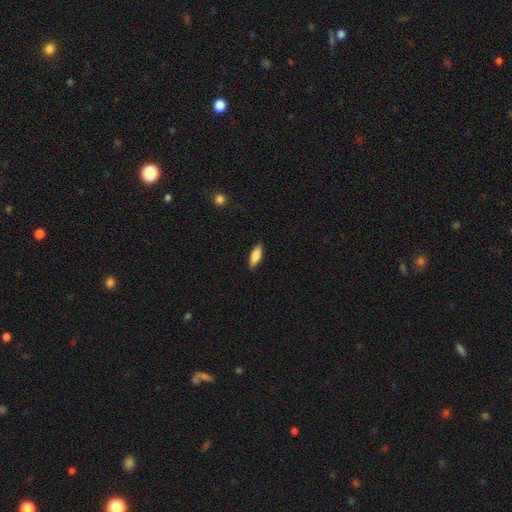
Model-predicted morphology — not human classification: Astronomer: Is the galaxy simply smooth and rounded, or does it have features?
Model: smooth — 84%.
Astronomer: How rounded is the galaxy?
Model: in between — 65%.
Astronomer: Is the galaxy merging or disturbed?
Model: none — 88%.